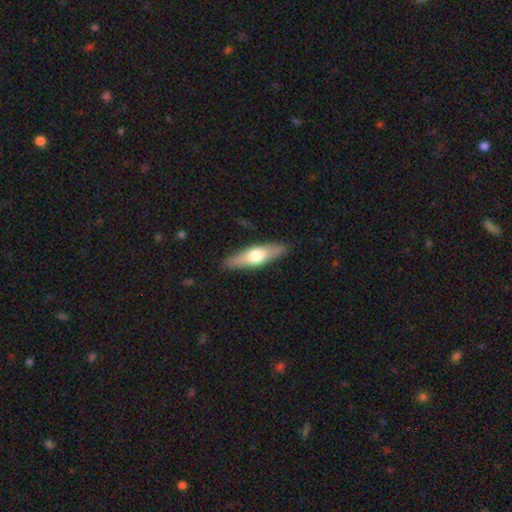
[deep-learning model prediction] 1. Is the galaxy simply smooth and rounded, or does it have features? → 53% smooth, 42% featured or disk, 5% star or artifact.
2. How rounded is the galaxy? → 58% cigar-shaped, 40% in between, 3% round.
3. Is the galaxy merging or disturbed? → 87% none, 10% minor disturbance, 2% major disturbance, 1% merger.